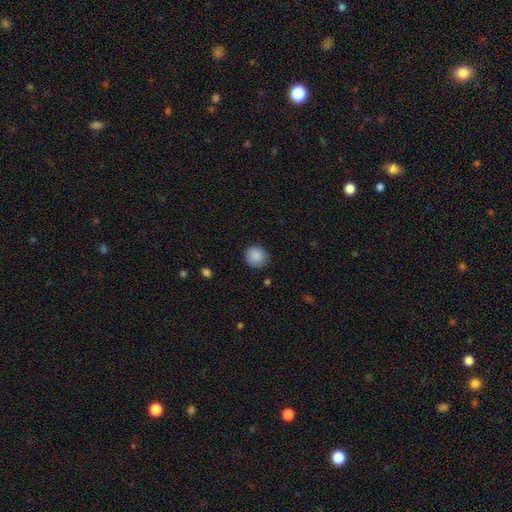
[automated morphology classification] A smooth galaxy with no disk features (89%) that is round (87%). Merging: none (85%).